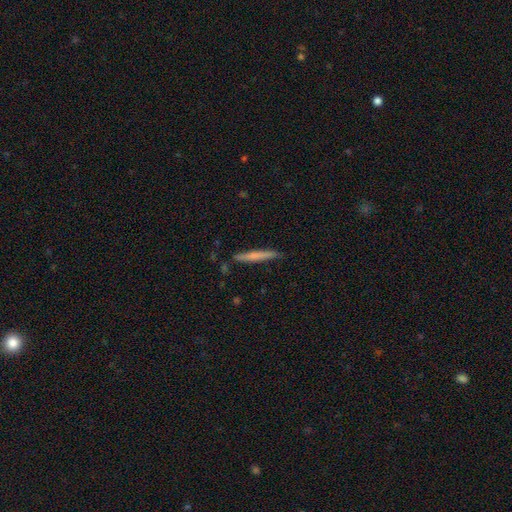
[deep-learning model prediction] A smooth galaxy with no disk features (64%) that is cigar-shaped (96%). Merging: none (86%).